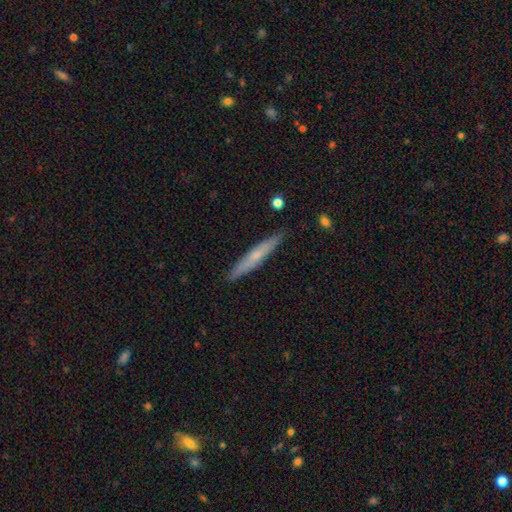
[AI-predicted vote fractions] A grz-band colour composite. It shows a smooth galaxy with no disk features (49%). Merging: none (90%).